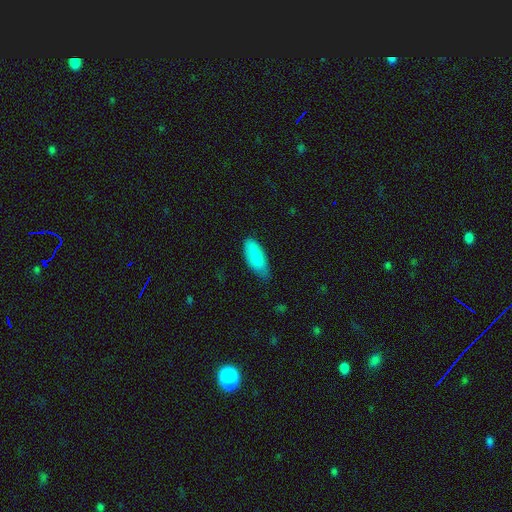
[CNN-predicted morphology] smooth-or-featured: smooth: 85% | featured or disk: 9% | star or artifact: 6%
  how-rounded: in between: 77% | cigar-shaped: 21% | round: 2%
  merging: none: 58% | minor disturbance: 34% | major disturbance: 6% | merger: 2%